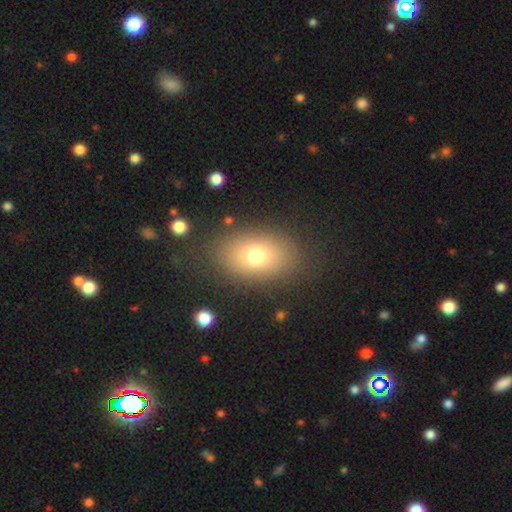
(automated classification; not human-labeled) smooth_or_featured: smooth (p=0.74) [alt: featured or disk p=0.14]
how_rounded: in between (p=0.81) [alt: round p=0.18]
merging: none (p=0.82) [alt: minor disturbance p=0.11]